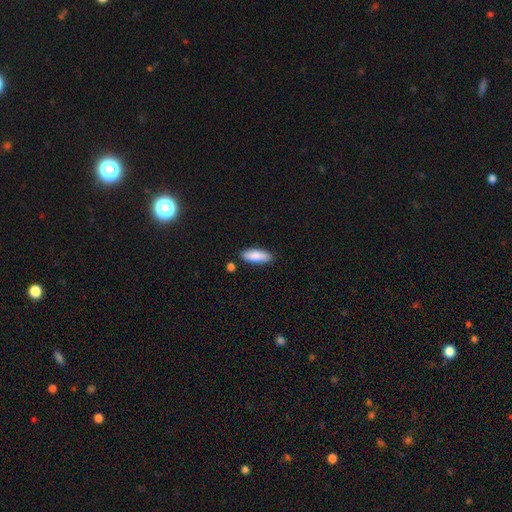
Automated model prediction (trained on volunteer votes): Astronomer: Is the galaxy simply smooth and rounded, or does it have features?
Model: smooth — 85%.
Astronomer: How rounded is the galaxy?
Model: in between — 71%.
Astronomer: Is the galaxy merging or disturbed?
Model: none — 82%.